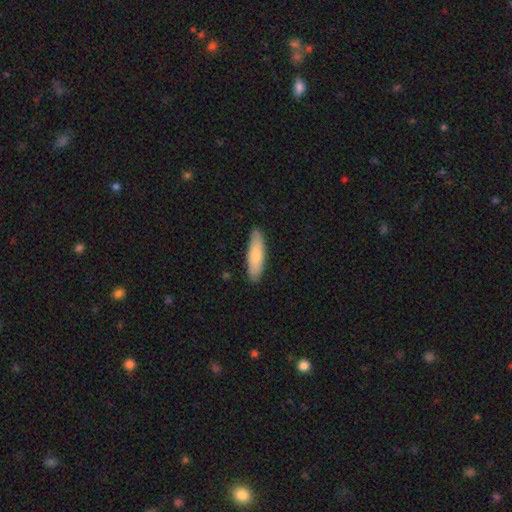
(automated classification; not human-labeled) Overall: smooth (80%). How rounded: cigar-shaped (63%; in between 36%). Merging: none (88%).